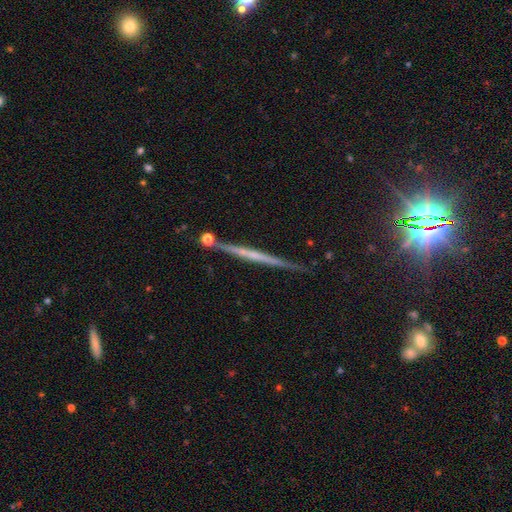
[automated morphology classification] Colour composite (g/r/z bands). It shows a featured or disk galaxy (66%) viewed edge-on (97%) with no central bulge (79%). Merging: none (85%).